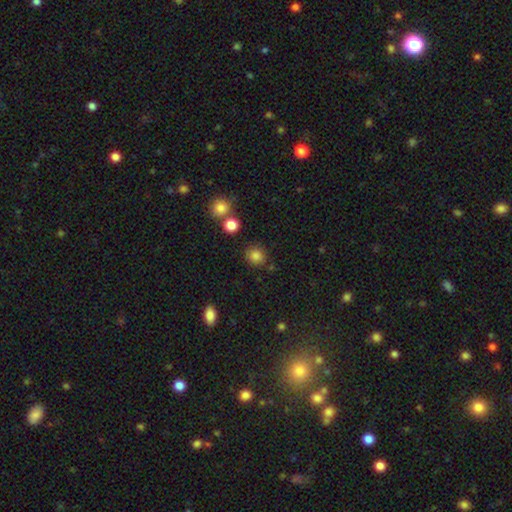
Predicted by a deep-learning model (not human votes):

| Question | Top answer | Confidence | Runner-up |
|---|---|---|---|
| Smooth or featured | smooth | 83% | star or artifact (12%) |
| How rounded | round | 83% | in between (16%) |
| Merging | none | 82% | minor disturbance (10%) |